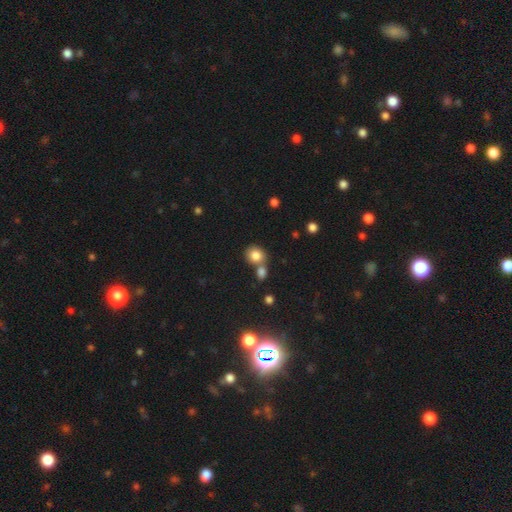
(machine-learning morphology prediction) Q: Smooth or featured?
A: smooth (82%); runner-up: star or artifact (10%)
Q: How rounded?
A: round (77%); runner-up: in between (22%)
Q: Merging?
A: none (53%); runner-up: merger (35%)